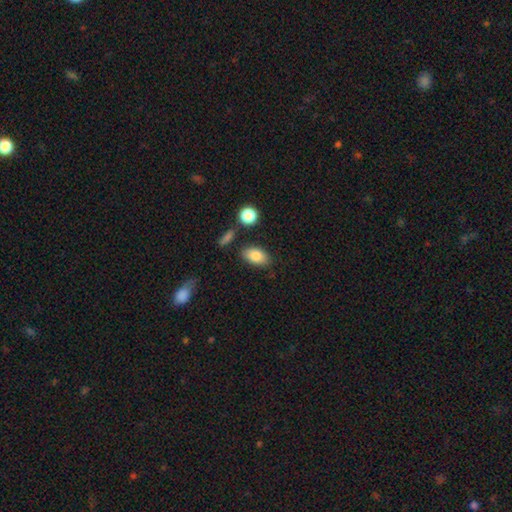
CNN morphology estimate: Q: Smooth or featured?
A: smooth (82%); runner-up: featured or disk (10%)
Q: How rounded?
A: in between (89%); runner-up: round (9%)
Q: Merging?
A: none (79%); runner-up: minor disturbance (12%)